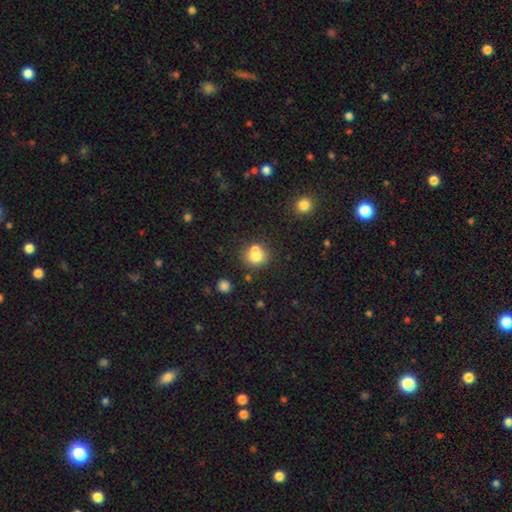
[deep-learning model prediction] Morphology: type=smooth (74%); roundness=round (82%); merging=none (50%).